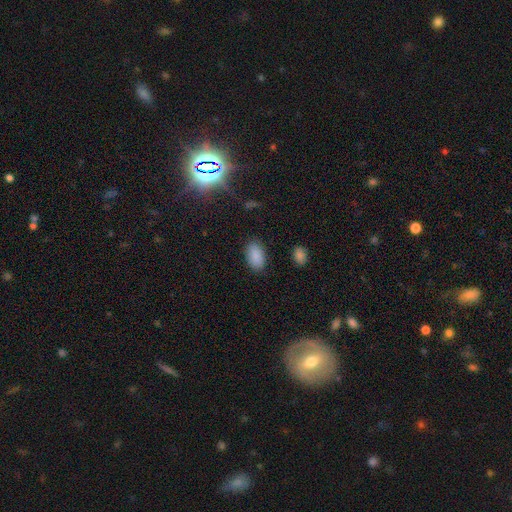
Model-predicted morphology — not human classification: type=smooth (88%); roundness=in between (94%); merging=none (86%).